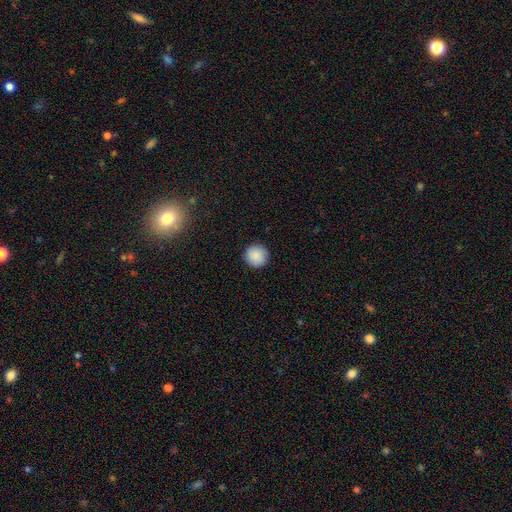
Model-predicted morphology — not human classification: smooth_or_featured: smooth (p=0.89) [alt: star or artifact p=0.08]
how_rounded: round (p=0.96) [alt: in between p=0.03]
merging: none (p=0.92) [alt: minor disturbance p=0.05]